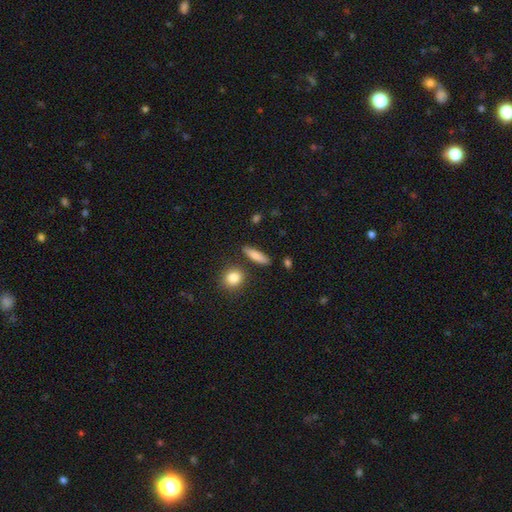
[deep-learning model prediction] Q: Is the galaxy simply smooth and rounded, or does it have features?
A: smooth — 79%.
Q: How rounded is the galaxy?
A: cigar-shaped — 61%.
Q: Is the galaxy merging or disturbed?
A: none — 84%.